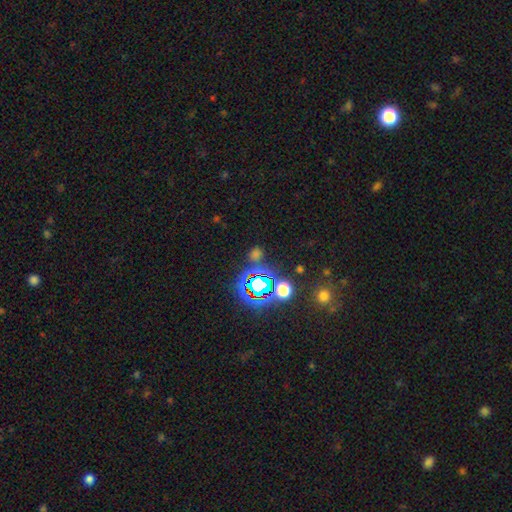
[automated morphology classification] Smooth or featured: star or artifact — 61% (smooth — 29%)